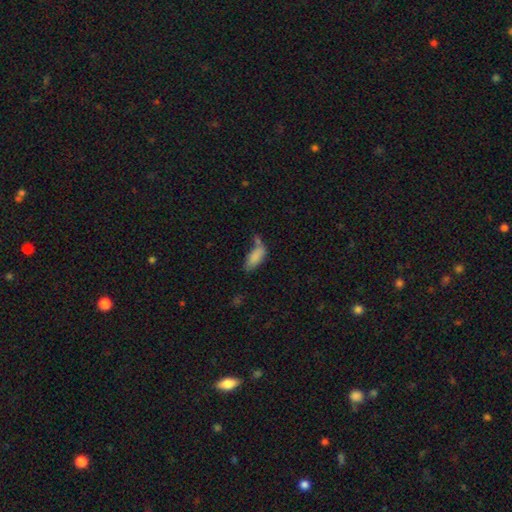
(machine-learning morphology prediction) Overall: smooth (83%). How rounded: in between (81%). Merging: none (41%; minor disturbance 25%).